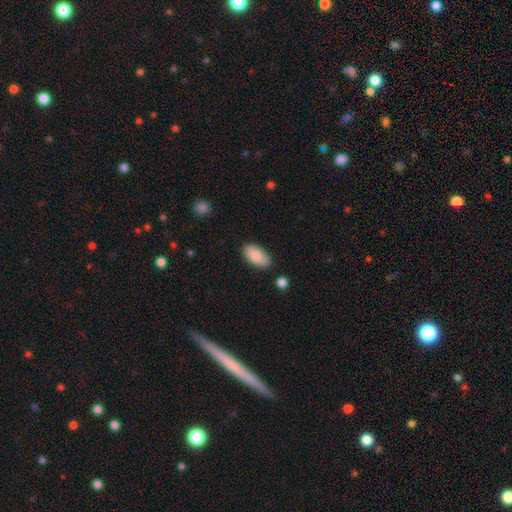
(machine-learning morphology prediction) Smooth or featured? Predicted: smooth (p=0.84). How rounded? Predicted: in between (p=0.94). Merging? Predicted: none (p=0.82).